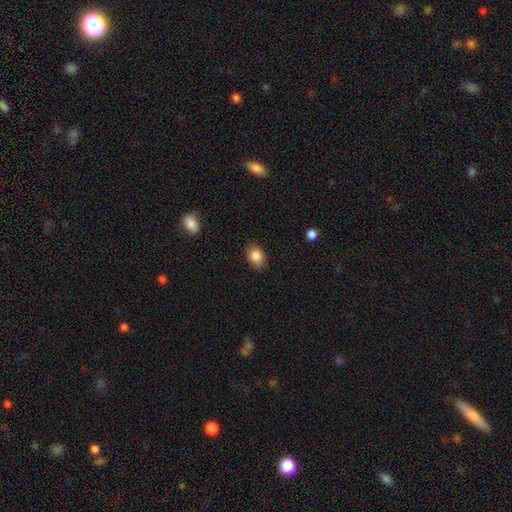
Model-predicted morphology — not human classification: type=smooth (86%); roundness=in between (74%); merging=none (84%).